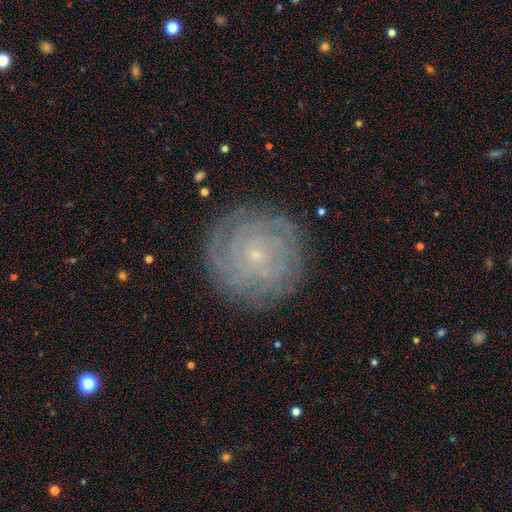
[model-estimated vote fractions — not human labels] This appears to be a featured or disk galaxy (79%) with no bar (77%), tight (87%) spiral arms (96%) and a small central bulge (90%). Merging: none (86%).